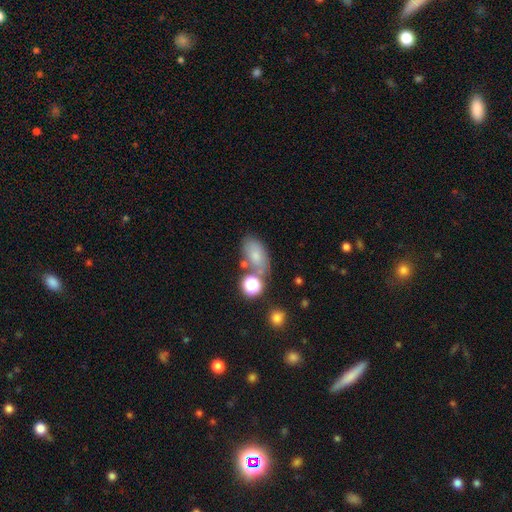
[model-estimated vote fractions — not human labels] A smooth galaxy with no disk features (71%) that is in between round and cigar-shaped (85%). Merging: none (53%).